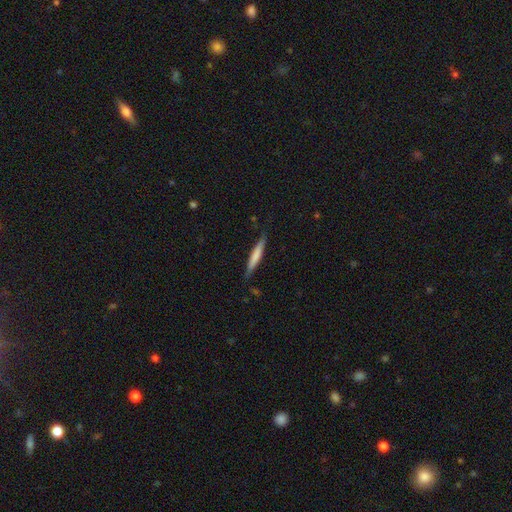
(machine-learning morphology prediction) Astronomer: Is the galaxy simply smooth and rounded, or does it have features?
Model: smooth — 63%.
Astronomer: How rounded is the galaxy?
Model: cigar-shaped — 94%.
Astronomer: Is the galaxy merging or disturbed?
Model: none — 83%.